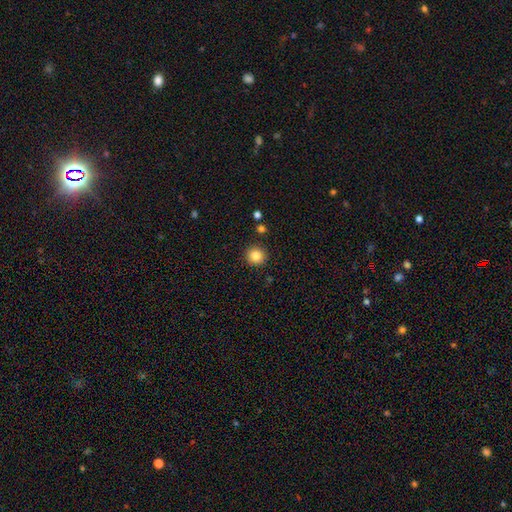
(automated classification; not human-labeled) smooth-or-featured: smooth: 84% | star or artifact: 10% | featured or disk: 5%
  how-rounded: round: 94% | in between: 5% | cigar-shaped: 1%
  merging: none: 91% | minor disturbance: 6% | merger: 2% | major disturbance: 2%